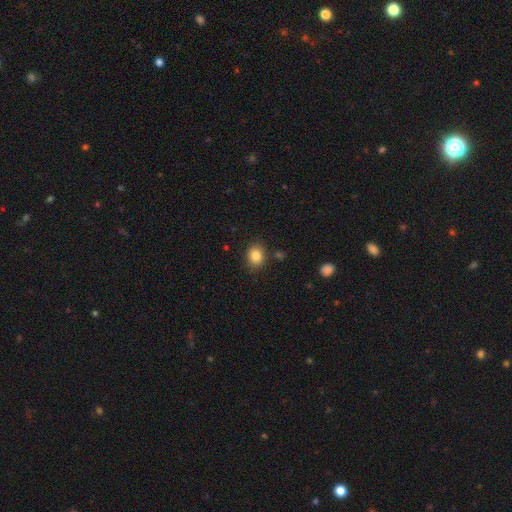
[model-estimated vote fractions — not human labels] smooth-or-featured: smooth: 85% | star or artifact: 10% | featured or disk: 5%
  how-rounded: round: 56% | in between: 43% | cigar-shaped: 1%
  merging: none: 85% | minor disturbance: 9% | merger: 3% | major disturbance: 3%